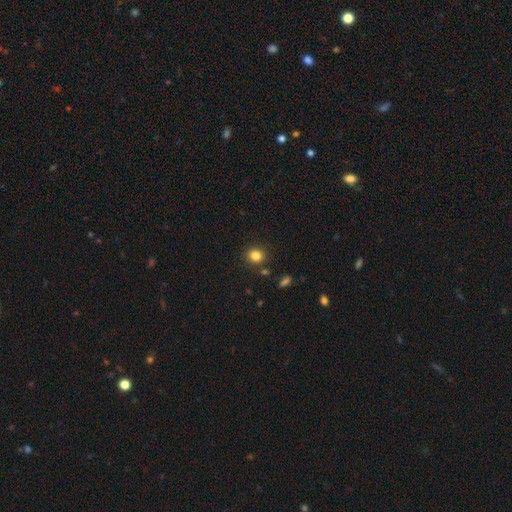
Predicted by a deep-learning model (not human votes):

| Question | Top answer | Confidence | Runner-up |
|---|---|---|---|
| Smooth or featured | smooth | 83% | star or artifact (12%) |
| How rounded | round | 78% | in between (21%) |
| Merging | none | 86% | minor disturbance (8%) |